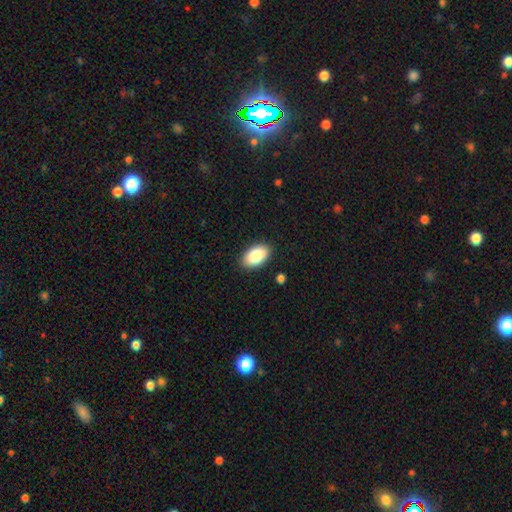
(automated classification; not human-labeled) Smooth or featured? Predicted: smooth (p=0.84). How rounded? Predicted: in between (p=0.93). Merging? Predicted: none (p=0.87).